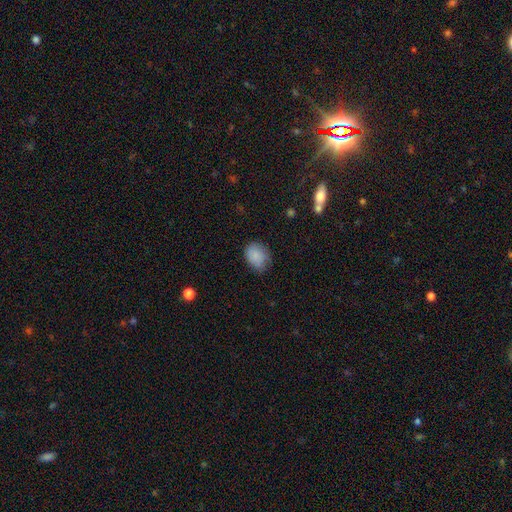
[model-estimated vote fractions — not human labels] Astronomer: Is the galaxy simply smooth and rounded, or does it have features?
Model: smooth — 85%.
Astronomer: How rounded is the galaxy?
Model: in between — 56% (runner-up: round, 43%).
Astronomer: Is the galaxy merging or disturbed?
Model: none — 63%.